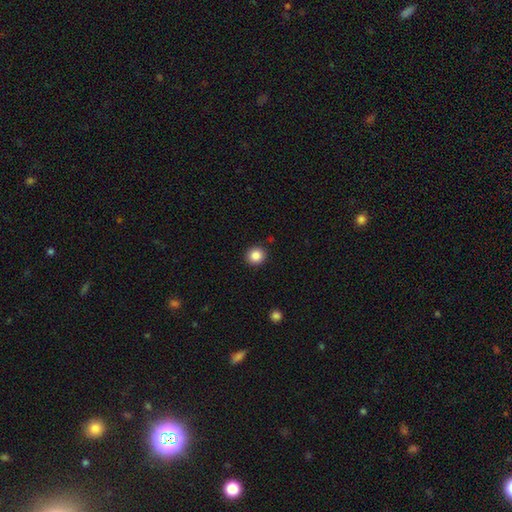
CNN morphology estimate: Overall: smooth (86%). How rounded: round (90%). Merging: none (90%).